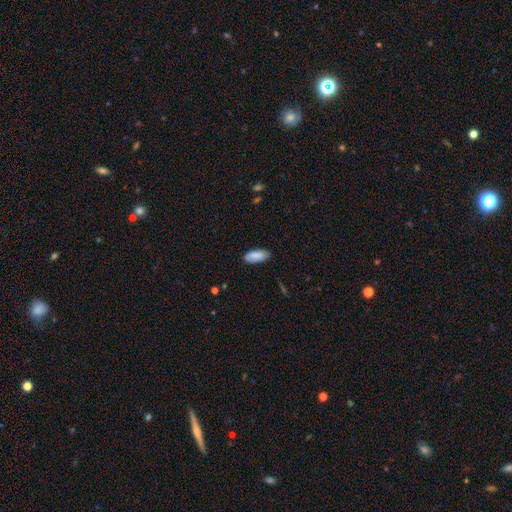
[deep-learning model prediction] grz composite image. It shows a smooth galaxy with no disk features (86%) that is in between round and cigar-shaped (85%). Merging: none (85%).